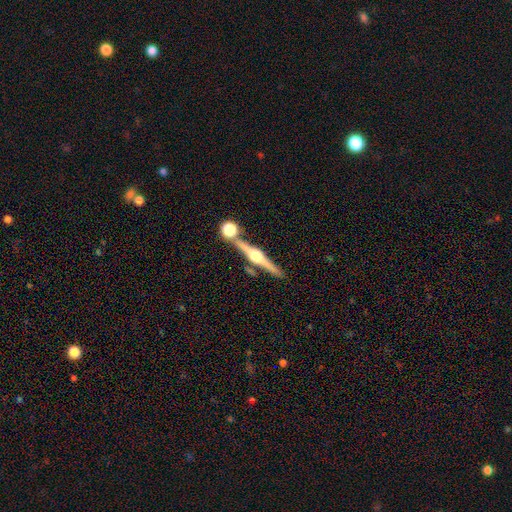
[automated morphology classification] smooth-or-featured: featured or disk: 83% | smooth: 11% | star or artifact: 6%
  disk-edge-on: yes: 98% | no: 2%
    edge-on-bulge: rounded: 95% | boxy: 3% | none: 2%
  merging: none: 79% | merger: 10% | minor disturbance: 8% | major disturbance: 2%